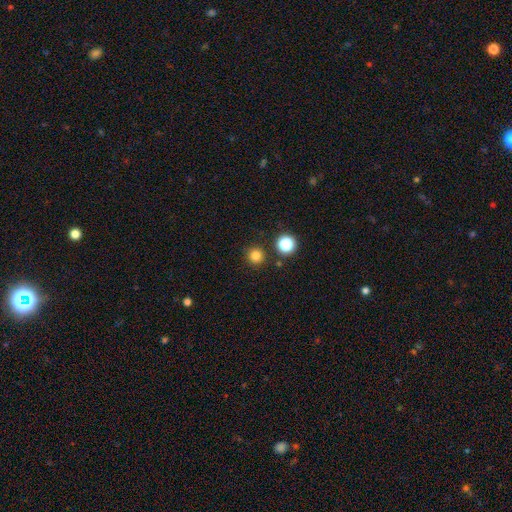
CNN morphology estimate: Smooth or featured?
  - smooth: 81% *
  - star or artifact: 15%
  - featured or disk: 4%
How rounded?
  - round: 95% *
  - in between: 4%
  - cigar-shaped: 1%
Merging?
  - none: 89% *
  - minor disturbance: 5%
  - merger: 3%
  - major disturbance: 2%